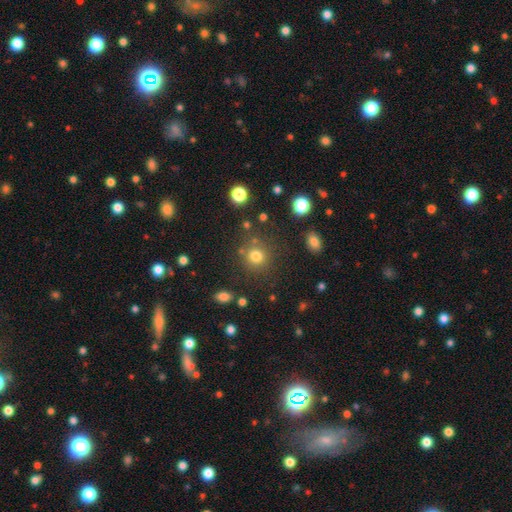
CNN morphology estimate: smooth 77%, star or artifact 16%, featured or disk 7%. Down the decision tree: how rounded — round (91%); merging — none (79%).